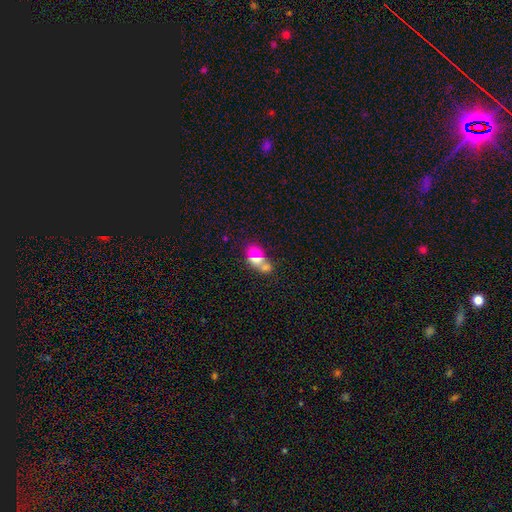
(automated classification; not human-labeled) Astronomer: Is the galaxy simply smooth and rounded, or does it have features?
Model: smooth — 58%.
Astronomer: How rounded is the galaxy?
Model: in between — 76%.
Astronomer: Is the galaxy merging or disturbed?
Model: none — 48% (runner-up: merger, 31%).